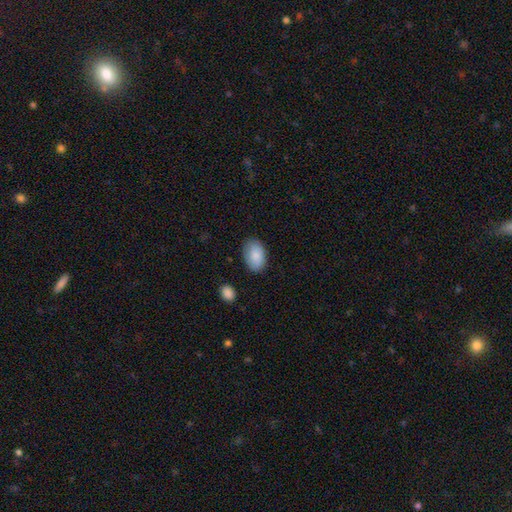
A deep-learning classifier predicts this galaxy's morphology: The model was most divided on "merging": none: 80%, minor disturbance: 15%, major disturbance: 3%, merger: 2%. More confident: how rounded — in between (91%); smooth or featured — smooth (87%).